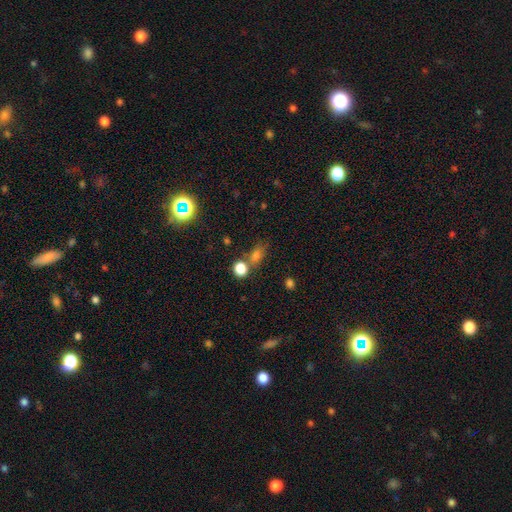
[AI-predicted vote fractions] Smooth or featured? smooth (69%)
How rounded? in between (59%)
Merging? none (61%)